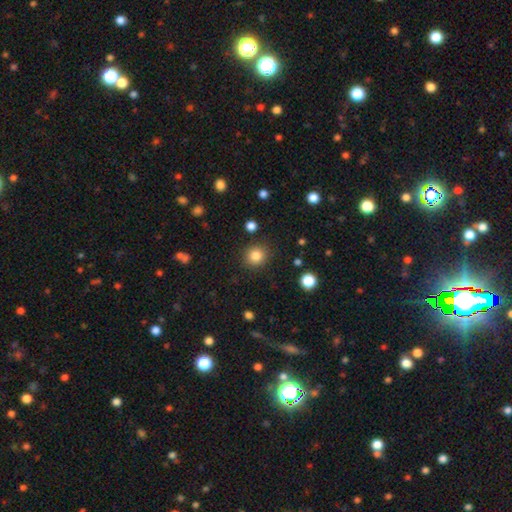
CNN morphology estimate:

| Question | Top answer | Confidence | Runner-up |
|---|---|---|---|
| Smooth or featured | smooth | 83% | star or artifact (11%) |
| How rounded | round | 90% | in between (9%) |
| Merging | none | 88% | minor disturbance (7%) |